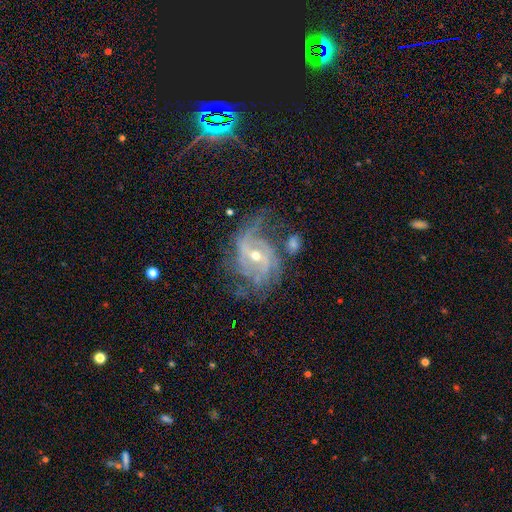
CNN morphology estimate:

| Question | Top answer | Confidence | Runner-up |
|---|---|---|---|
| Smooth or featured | featured or disk | 88% | star or artifact (7%) |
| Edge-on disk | no | 97% | yes (3%) |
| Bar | weak | 43% | no (31%) |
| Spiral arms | yes | 96% | no (4%) |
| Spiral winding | medium | 45% | tight (31%) |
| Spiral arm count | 2 | 44% | 3 (19%) |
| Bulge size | small | 52% | moderate (45%) |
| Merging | none | 53% | minor disturbance (22%) |